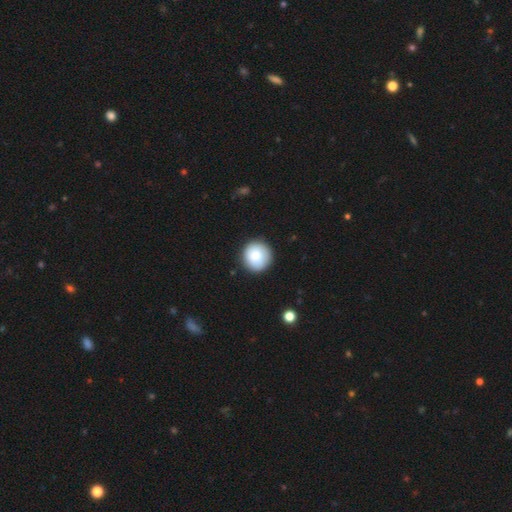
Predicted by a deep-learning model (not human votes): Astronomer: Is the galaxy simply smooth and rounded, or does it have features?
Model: smooth — 84%.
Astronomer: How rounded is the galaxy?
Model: round — 93%.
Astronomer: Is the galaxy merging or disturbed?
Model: none — 88%.